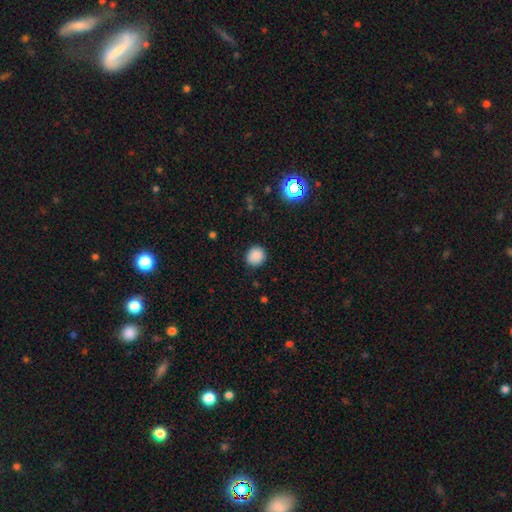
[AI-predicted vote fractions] The model was most divided on "smooth or featured": smooth: 85%, star or artifact: 11%, featured or disk: 4%. More confident: how rounded — round (89%); merging — none (88%).